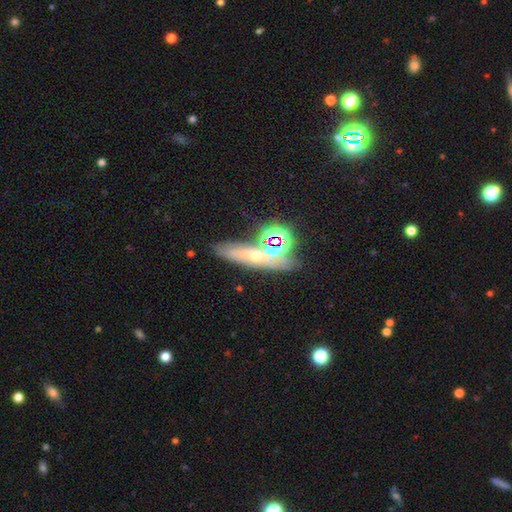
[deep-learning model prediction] star or artifact 36%, featured or disk 34%, smooth 30%.